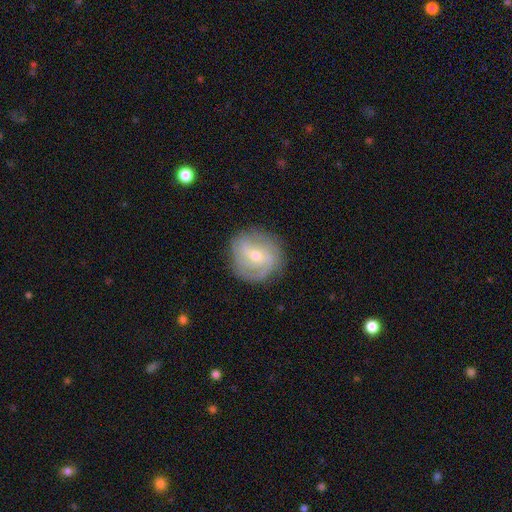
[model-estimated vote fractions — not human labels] Q: Smooth or featured?
A: featured or disk (75%); runner-up: smooth (18%)
Q: Edge-on disk?
A: no (97%); runner-up: yes (3%)
Q: Bar?
A: weak (48%); runner-up: no (36%)
Q: Spiral arms?
A: yes (90%); runner-up: no (10%)
Q: Spiral winding?
A: tight (52%); runner-up: medium (34%)
Q: Spiral arm count?
A: 2 (30%); runner-up: can't tell (29%)
Q: Bulge size?
A: small (49%); runner-up: moderate (48%)
Q: Merging?
A: none (82%); runner-up: minor disturbance (12%)